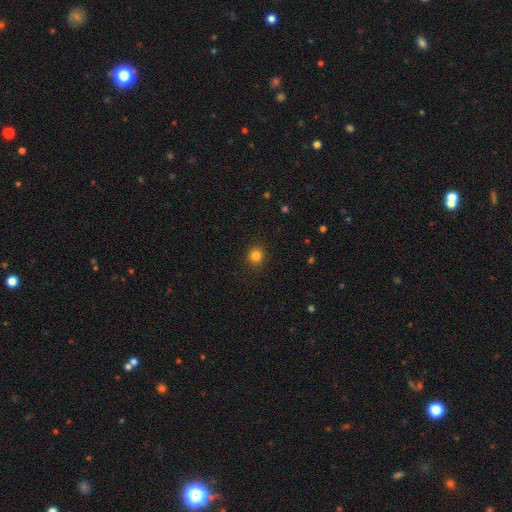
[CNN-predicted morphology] Smooth or featured?
  - smooth: 83% *
  - star or artifact: 13%
  - featured or disk: 4%
How rounded?
  - round: 88% *
  - in between: 11%
  - cigar-shaped: 1%
Merging?
  - none: 91% *
  - minor disturbance: 6%
  - major disturbance: 2%
  - merger: 1%